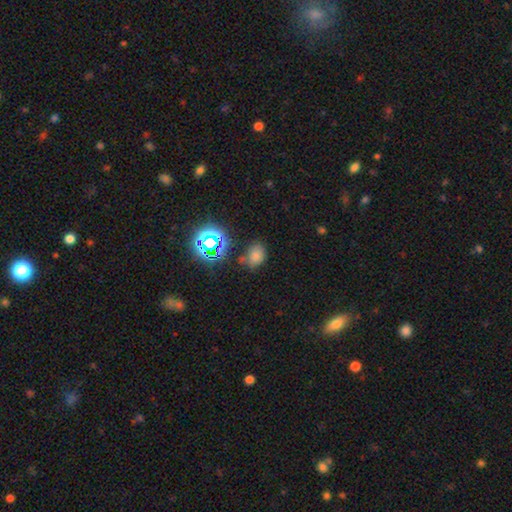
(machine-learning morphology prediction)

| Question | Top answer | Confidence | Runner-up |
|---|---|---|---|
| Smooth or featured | smooth | 66% | star or artifact (26%) |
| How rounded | in between | 66% | round (33%) |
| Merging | none | 64% | minor disturbance (21%) |